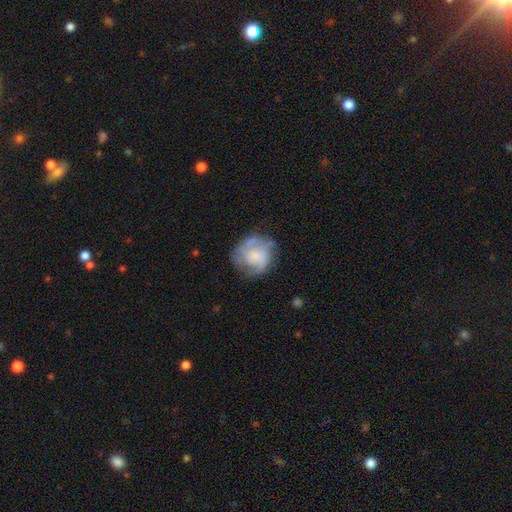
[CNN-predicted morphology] smooth-or-featured: featured or disk: 58% | smooth: 34% | star or artifact: 8%
  disk-edge-on: no: 98% | yes: 2%
    bar: no: 77% | weak: 19% | strong: 3%
    has-spiral-arms: yes: 72% | no: 28%
    bulge-size: small: 38% | moderate: 27% | none: 25% | large: 8% | dominant: 2%
  merging: none: 59% | minor disturbance: 24% | major disturbance: 15% | merger: 2%